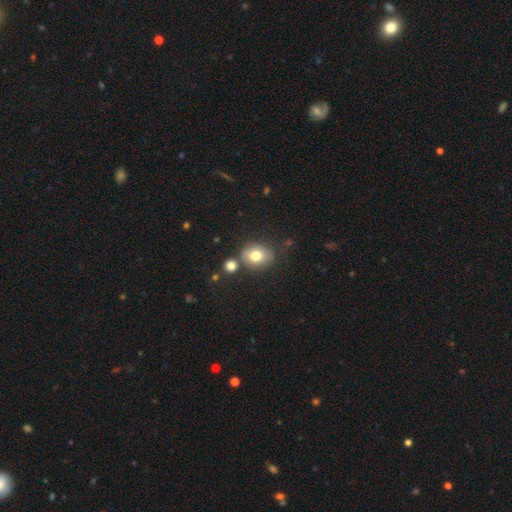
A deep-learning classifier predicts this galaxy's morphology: Smooth or featured? smooth (74%)
How rounded? round (56%)
Merging? none (65%)